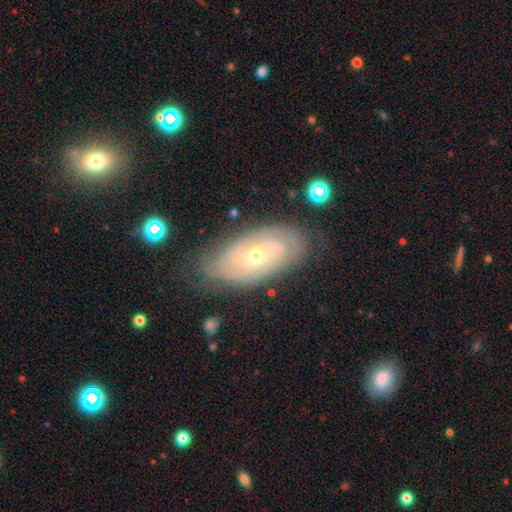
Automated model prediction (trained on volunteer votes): featured or disk 85%, smooth 9%, star or artifact 6%. Down the decision tree: edge-on disk — no (94%); bar — no (65%); spiral arms — yes (95%); spiral arm count — 2 (38%); spiral winding — tight (76%); bulge size — small (59%); merging — none (76%).